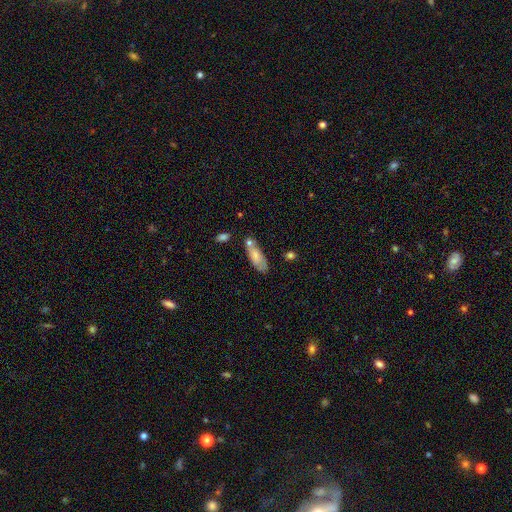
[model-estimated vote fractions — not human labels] Overall: smooth (72%). How rounded: in between (66%; cigar-shaped 32%). Merging: none (55%; minor disturbance 22%).